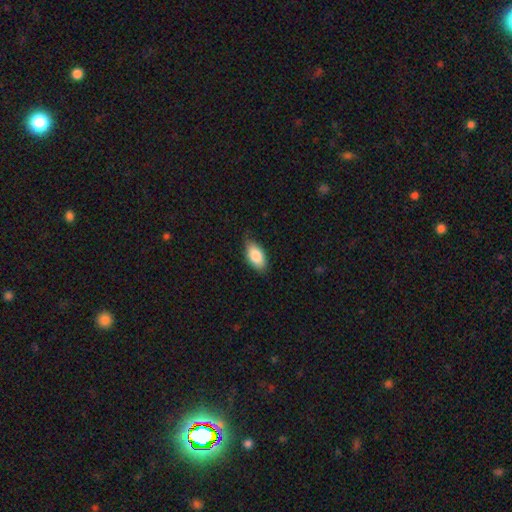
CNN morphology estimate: Smooth or featured? Predicted: smooth (p=0.84). How rounded? Predicted: in between (p=0.91). Merging? Predicted: none (p=0.75).